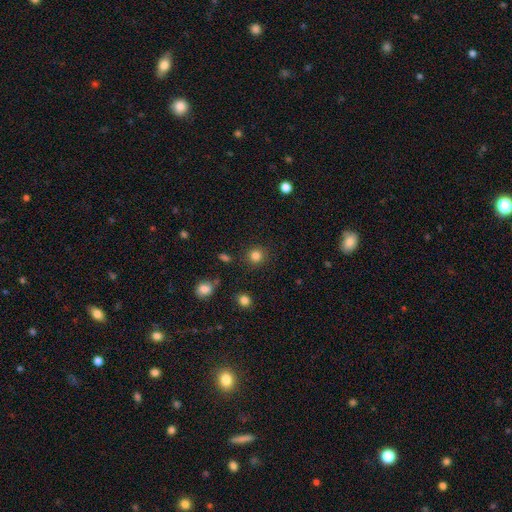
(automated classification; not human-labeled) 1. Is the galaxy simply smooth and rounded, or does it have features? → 83% smooth, 12% star or artifact, 4% featured or disk.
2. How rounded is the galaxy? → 91% round, 8% in between, 1% cigar-shaped.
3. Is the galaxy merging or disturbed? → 89% none, 7% minor disturbance, 3% major disturbance, 2% merger.